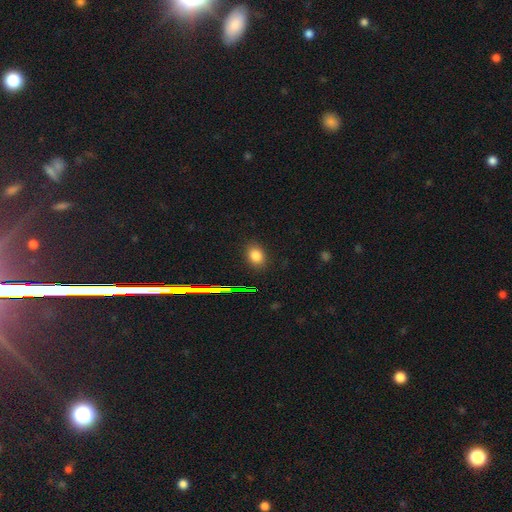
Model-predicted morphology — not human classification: Overall: smooth (79%). How rounded: in between (65%; round 33%). Merging: none (86%).